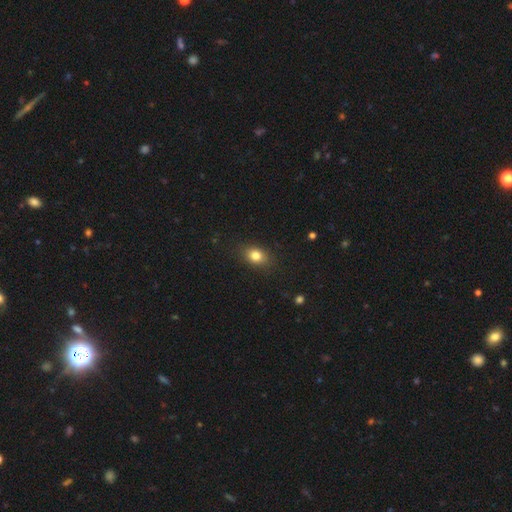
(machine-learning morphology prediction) A smooth galaxy with no disk features (81%) that is in between round and cigar-shaped (69%). Merging: none (84%).